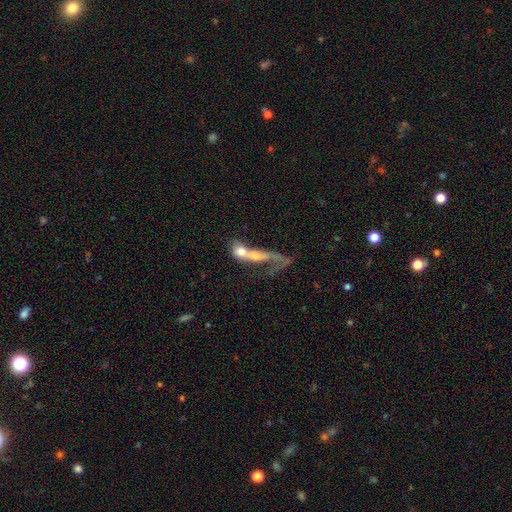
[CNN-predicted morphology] The model was most divided on "smooth or featured": smooth: 49%, featured or disk: 42%, star or artifact: 9%. More confident: merging — merger (70%).